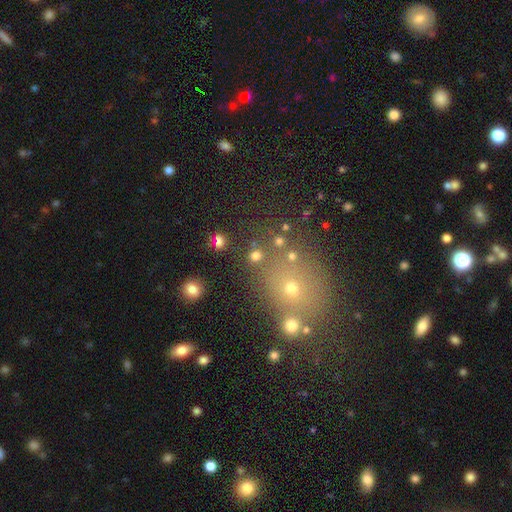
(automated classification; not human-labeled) smooth 73%, star or artifact 19%, featured or disk 7%. Down the decision tree: how rounded — round (85%); merging — none (77%).